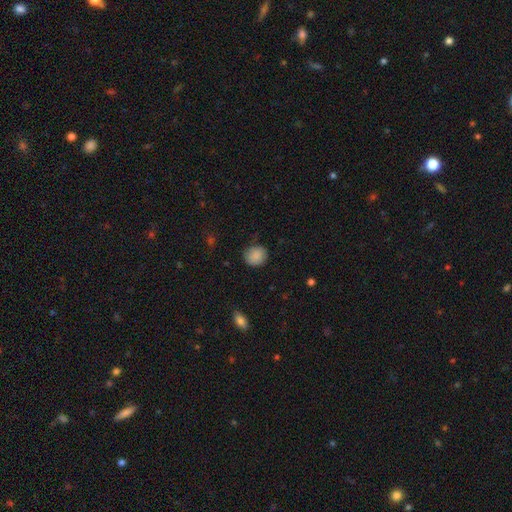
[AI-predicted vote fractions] This appears to be a smooth galaxy with no disk features (87%) that is round (80%). Merging: none (77%).